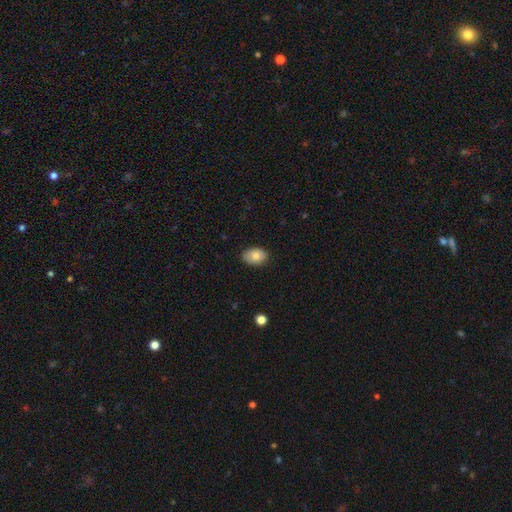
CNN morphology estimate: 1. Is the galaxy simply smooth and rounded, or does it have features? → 81% smooth, 11% featured or disk, 8% star or artifact.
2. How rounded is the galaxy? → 83% in between, 16% round, 1% cigar-shaped.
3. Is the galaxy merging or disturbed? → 84% none, 13% minor disturbance, 2% major disturbance, 1% merger.